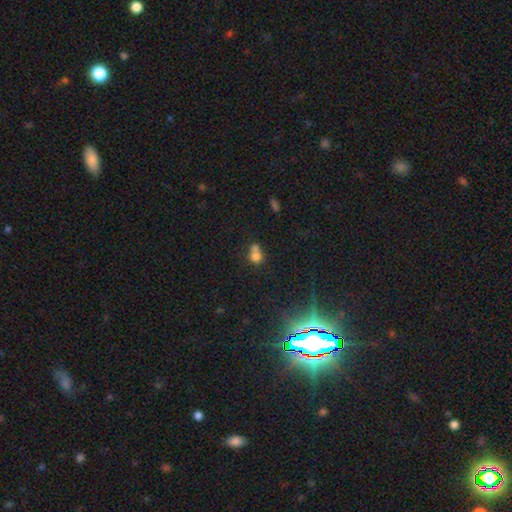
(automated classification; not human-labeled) smooth_or_featured: smooth (p=0.72) [alt: featured or disk p=0.14]
how_rounded: round (p=0.74) [alt: in between p=0.25]
merging: merger (p=0.57) [alt: none p=0.31]